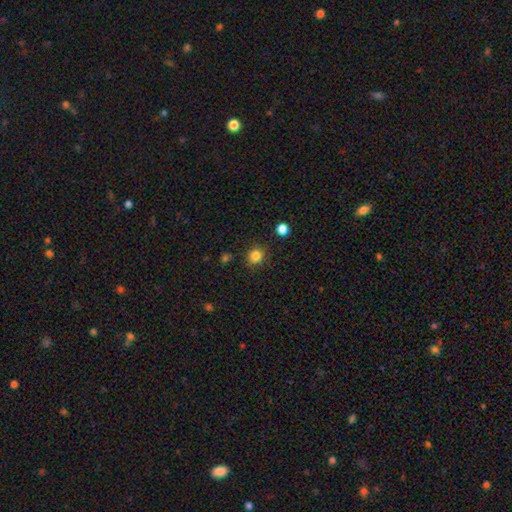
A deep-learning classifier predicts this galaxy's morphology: Smooth or featured: smooth — 84% (star or artifact — 12%)
How rounded: round — 88% (in between — 11%)
Merging: none — 86% (minor disturbance — 9%)